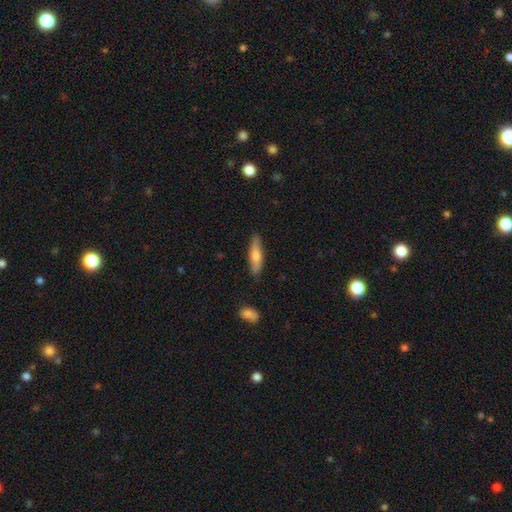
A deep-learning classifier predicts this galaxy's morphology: type=smooth (60%); roundness=cigar-shaped (77%); merging=none (85%).